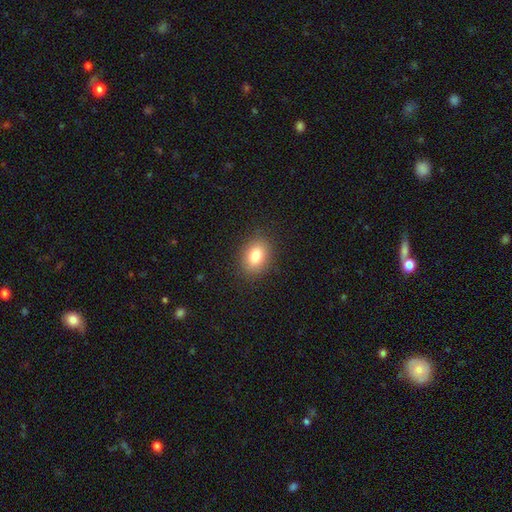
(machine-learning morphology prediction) A smooth galaxy with no disk features (81%) that is in between round and cigar-shaped (70%).

Vote fractions:
- Smooth or featured? smooth: 81% / star or artifact: 10% / featured or disk: 9%
- How rounded? in between: 70% / round: 28% / cigar-shaped: 1%
- Merging? none: 88% / minor disturbance: 9% / major disturbance: 3% / merger: 1%